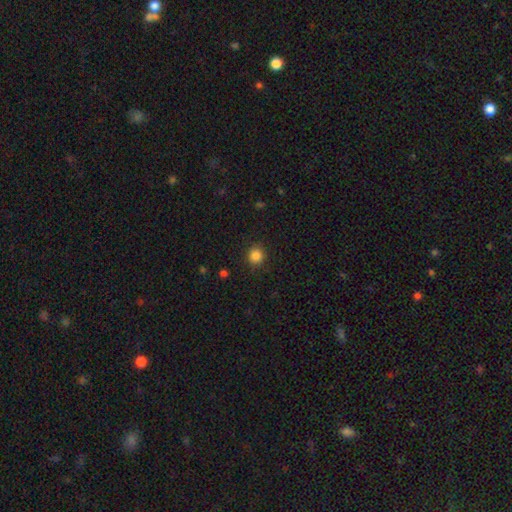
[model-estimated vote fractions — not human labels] The model was most divided on "smooth or featured": smooth: 85%, star or artifact: 11%, featured or disk: 4%. More confident: how rounded — round (90%); merging — none (89%).